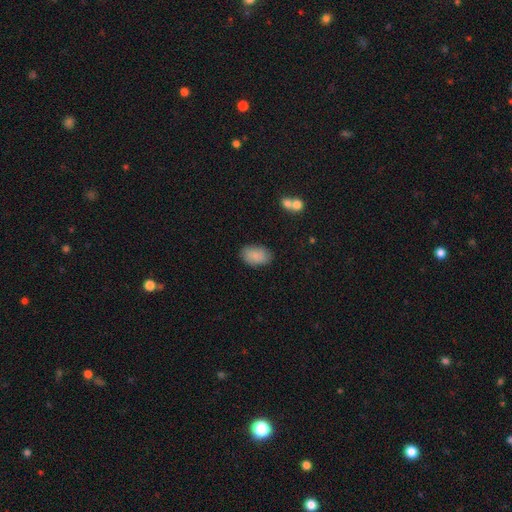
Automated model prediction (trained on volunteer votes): smooth 85%, featured or disk 8%, star or artifact 7%. Down the decision tree: how rounded — in between (91%); merging — none (83%).